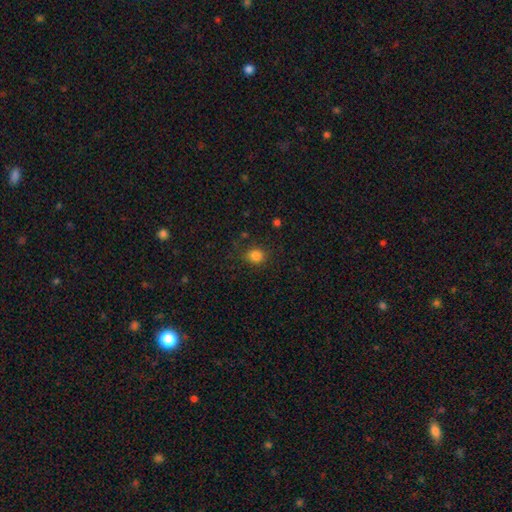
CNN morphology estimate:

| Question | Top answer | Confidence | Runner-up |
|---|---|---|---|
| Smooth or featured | smooth | 84% | star or artifact (12%) |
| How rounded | round | 77% | in between (22%) |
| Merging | none | 81% | minor disturbance (12%) |